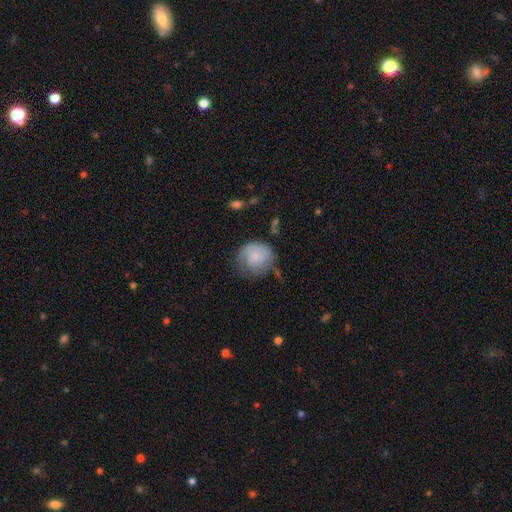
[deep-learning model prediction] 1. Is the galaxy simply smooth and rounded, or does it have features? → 60% smooth, 34% featured or disk, 7% star or artifact.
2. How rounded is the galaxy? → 80% round, 19% in between, 1% cigar-shaped.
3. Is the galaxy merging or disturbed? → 46% none, 31% minor disturbance, 20% major disturbance, 3% merger.